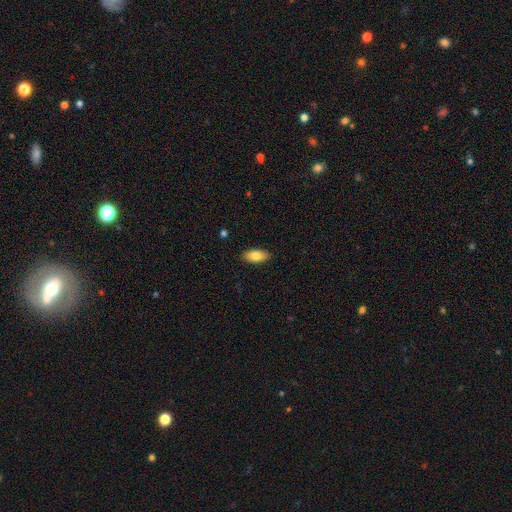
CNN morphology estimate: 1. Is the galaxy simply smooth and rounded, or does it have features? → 82% smooth, 12% featured or disk, 7% star or artifact.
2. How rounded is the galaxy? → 90% in between, 7% cigar-shaped, 3% round.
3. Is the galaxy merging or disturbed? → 88% none, 9% minor disturbance, 2% major disturbance, 1% merger.